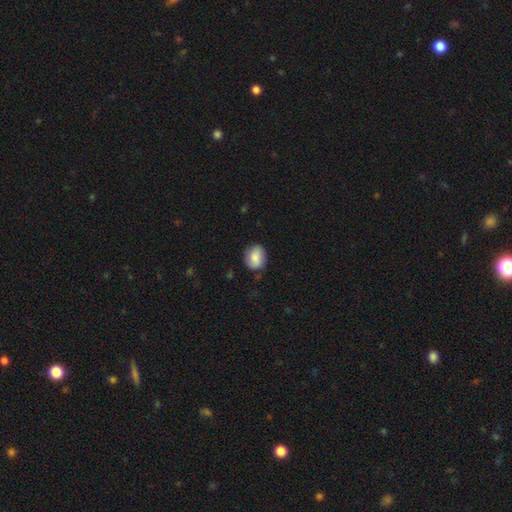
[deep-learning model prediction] Overall: smooth (84%). How rounded: round (52%; in between 47%). Merging: none (77%).